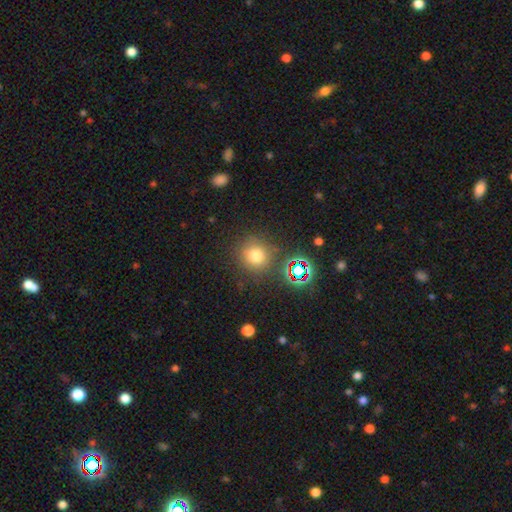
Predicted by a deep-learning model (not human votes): This appears to be a smooth galaxy with no disk features (69%) that is round (91%). Merging: none (81%).